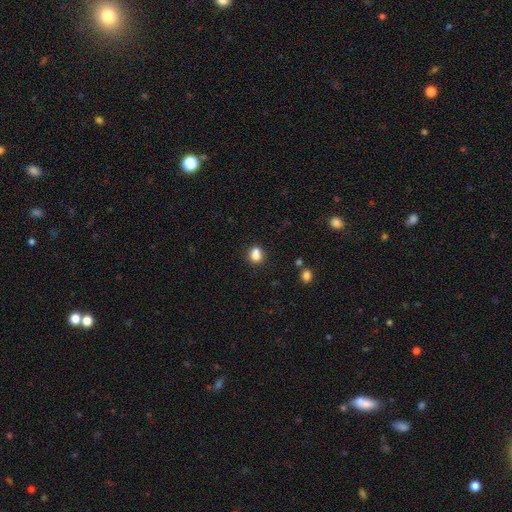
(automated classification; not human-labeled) Smooth or featured: smooth — 80% (star or artifact — 12%)
How rounded: round — 71% (in between — 28%)
Merging: none — 53% (merger — 29%)